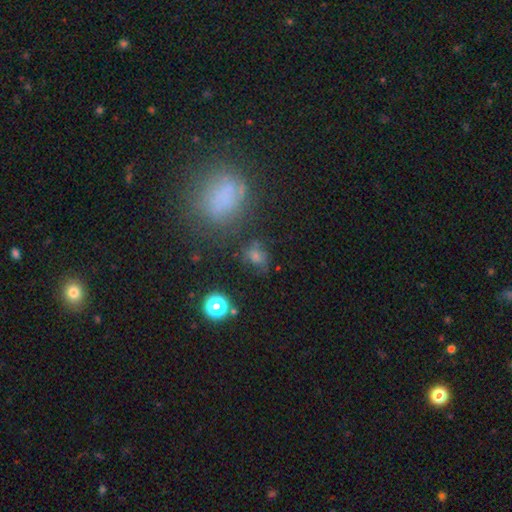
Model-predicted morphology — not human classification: smooth-or-featured: smooth: 53% | star or artifact: 31% | featured or disk: 17%
  how-rounded: round: 55% | in between: 43% | cigar-shaped: 2%
  merging: none: 61% | minor disturbance: 18% | major disturbance: 12% | merger: 10%